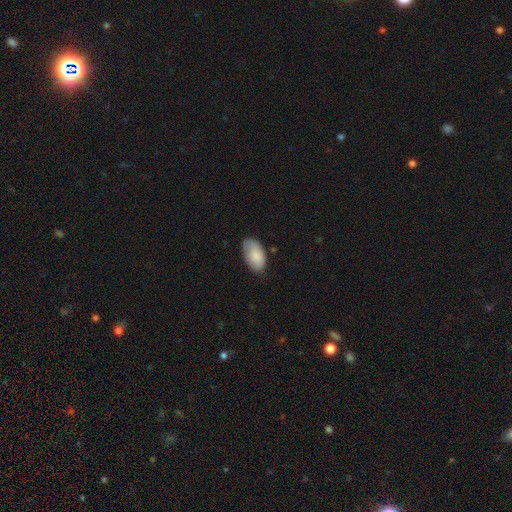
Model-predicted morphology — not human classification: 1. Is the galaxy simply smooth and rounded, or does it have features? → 84% smooth, 10% featured or disk, 6% star or artifact.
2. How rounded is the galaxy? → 95% in between, 4% round, 1% cigar-shaped.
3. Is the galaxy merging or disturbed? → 72% none, 22% minor disturbance, 4% major disturbance, 1% merger.